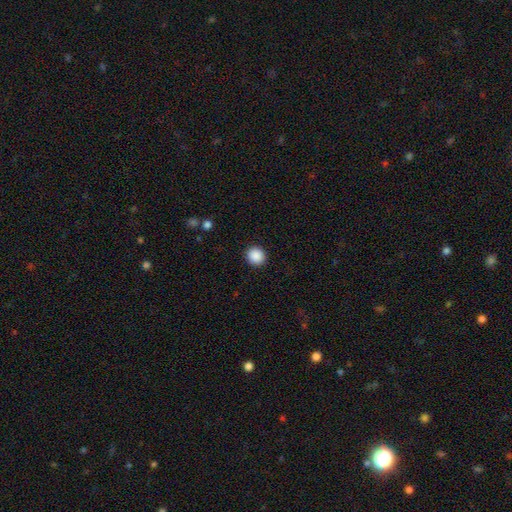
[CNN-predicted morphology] smooth_or_featured: smooth (p=0.89) [alt: star or artifact p=0.09]
how_rounded: round (p=0.89) [alt: in between p=0.10]
merging: none (p=0.92) [alt: minor disturbance p=0.05]